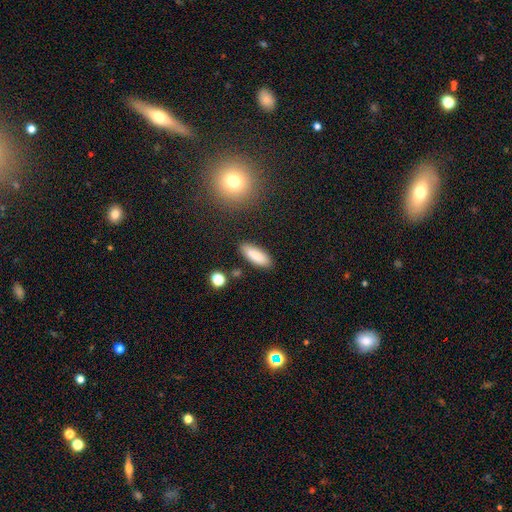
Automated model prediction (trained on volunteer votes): This is clearly a smooth galaxy (86%). How rounded: likely in between (69%). Merging: clearly none (84%).